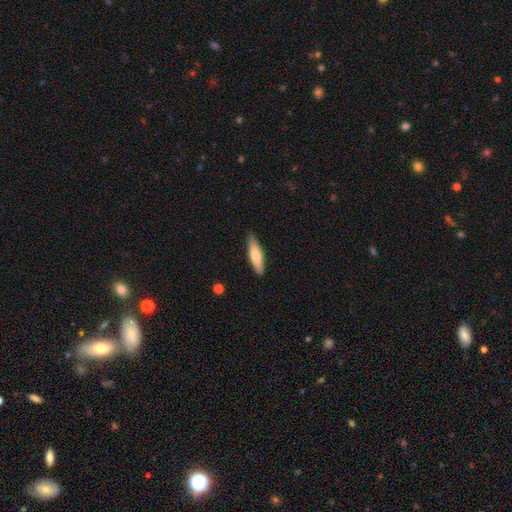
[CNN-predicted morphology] This is likely a smooth galaxy (70%). How rounded: likely cigar-shaped (71%). Merging: clearly none (86%).